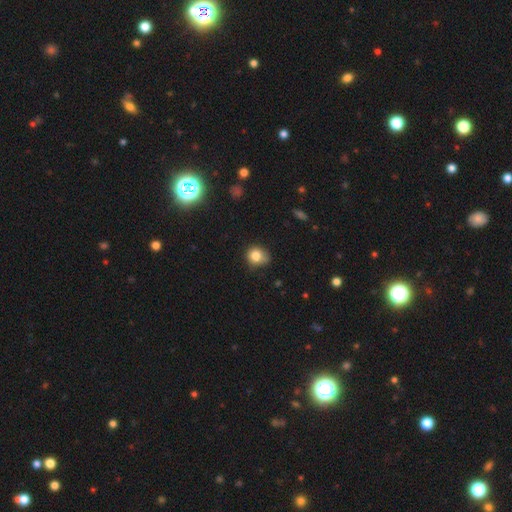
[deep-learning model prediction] This is clearly a smooth galaxy (81%). How rounded: likely round (78%). Merging: likely none (64%).